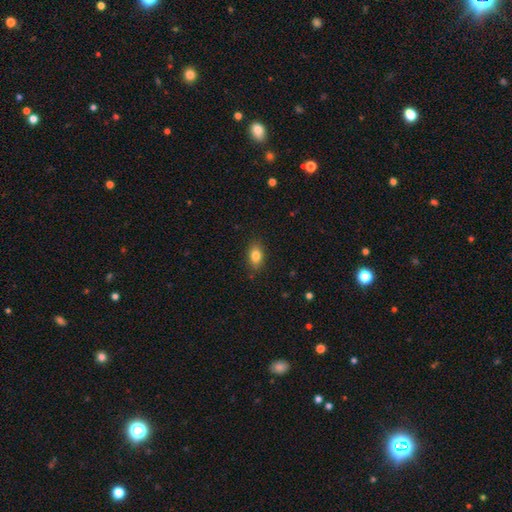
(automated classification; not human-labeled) Smooth or featured? Predicted: smooth (p=0.83). How rounded? Predicted: in between (p=0.84). Merging? Predicted: none (p=0.86).